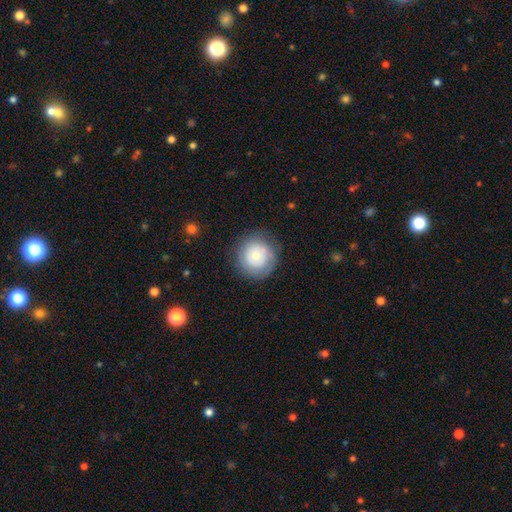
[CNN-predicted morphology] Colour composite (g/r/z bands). It shows a smooth galaxy with no disk features (62%) that is round (93%). Merging: none (81%).